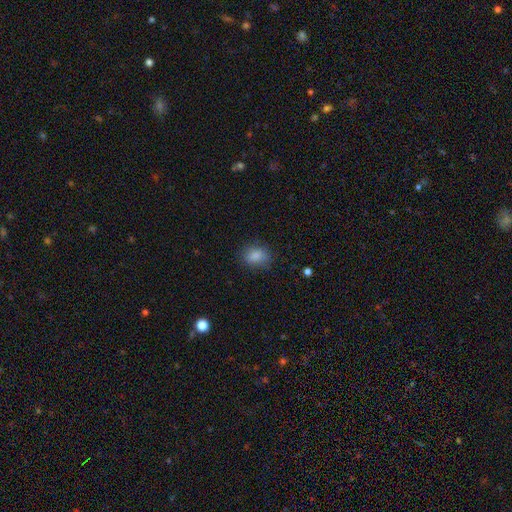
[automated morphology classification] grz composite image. It shows a smooth galaxy with no disk features (85%) that is in between round and cigar-shaped (60%). Merging: none (80%).